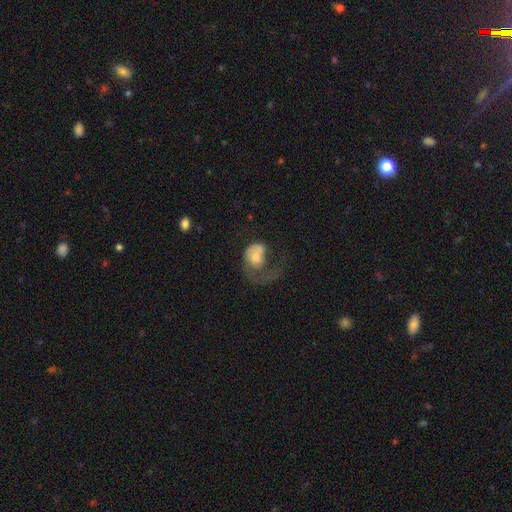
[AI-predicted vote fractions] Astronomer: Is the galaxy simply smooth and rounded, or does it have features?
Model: featured or disk — 51% (runner-up: smooth, 42%).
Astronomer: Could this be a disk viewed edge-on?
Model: no — 97%.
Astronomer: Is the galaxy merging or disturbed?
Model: major disturbance — 64%.